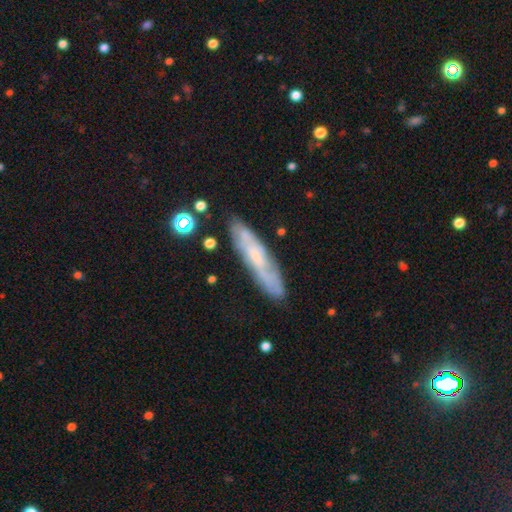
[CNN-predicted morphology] type=featured or disk (57%); edge-on=no (52%); merging=none (79%).